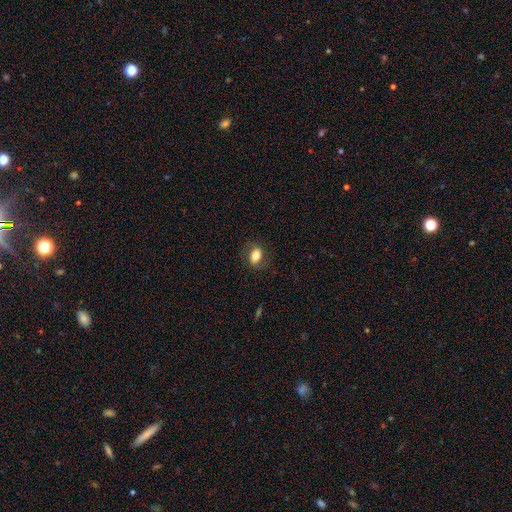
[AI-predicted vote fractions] Morphology: type=smooth (75%); roundness=in between (76%); merging=none (79%).